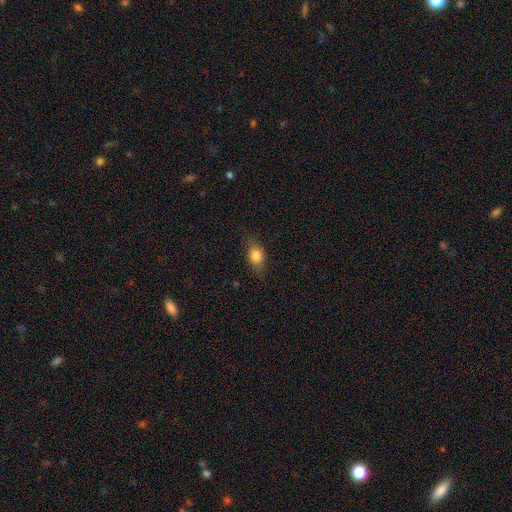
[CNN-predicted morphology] Smooth or featured?
  - smooth: 80% *
  - featured or disk: 11%
  - star or artifact: 9%
How rounded?
  - in between: 73% *
  - round: 21%
  - cigar-shaped: 6%
Merging?
  - none: 76% *
  - minor disturbance: 18%
  - major disturbance: 5%
  - merger: 1%